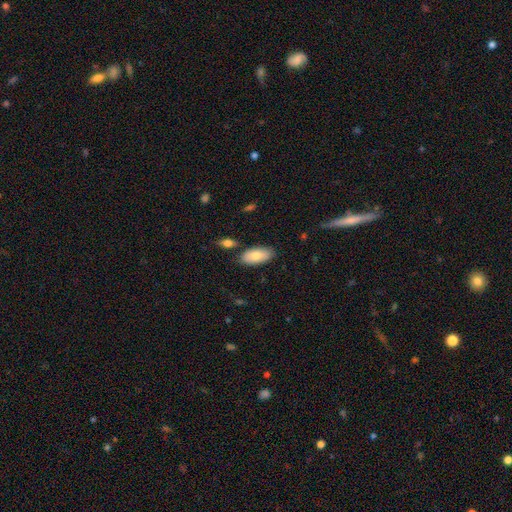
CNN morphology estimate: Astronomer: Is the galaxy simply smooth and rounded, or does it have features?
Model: smooth — 79%.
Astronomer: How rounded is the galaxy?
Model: in between — 91%.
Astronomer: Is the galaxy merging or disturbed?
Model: none — 81%.